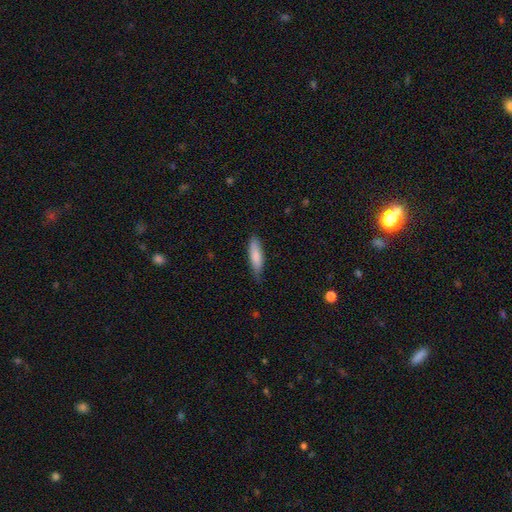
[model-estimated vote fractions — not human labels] The model was most divided on "how rounded": cigar-shaped: 62%, in between: 36%, round: 1%. More confident: smooth or featured — smooth (82%); merging — none (74%).